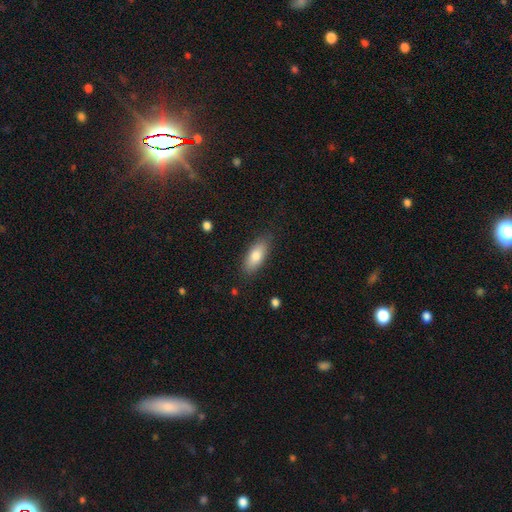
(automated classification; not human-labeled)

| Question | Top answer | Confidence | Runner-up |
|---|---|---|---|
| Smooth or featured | smooth | 79% | featured or disk (15%) |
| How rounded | in between | 80% | cigar-shaped (18%) |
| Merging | none | 85% | minor disturbance (11%) |